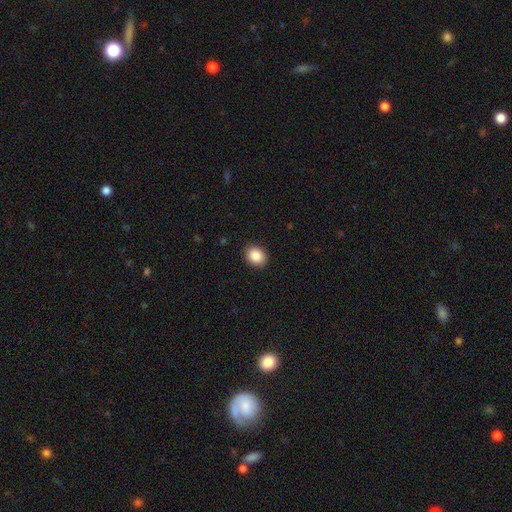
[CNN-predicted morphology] Q: Smooth or featured?
A: smooth (88%); runner-up: star or artifact (8%)
Q: How rounded?
A: in between (52%); runner-up: round (47%)
Q: Merging?
A: none (90%); runner-up: minor disturbance (7%)